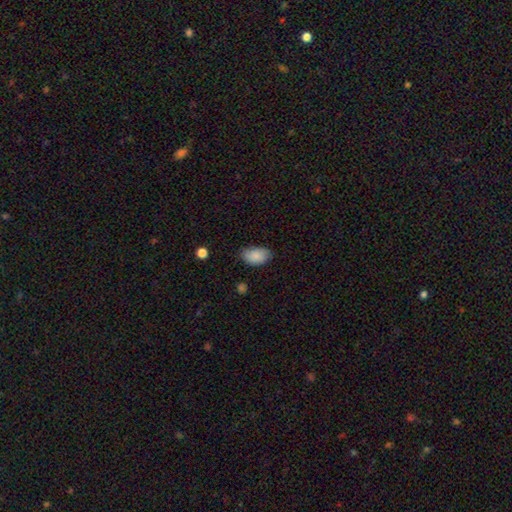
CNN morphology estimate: Smooth or featured? Predicted: smooth (p=0.88). How rounded? Predicted: in between (p=0.91). Merging? Predicted: none (p=0.75).